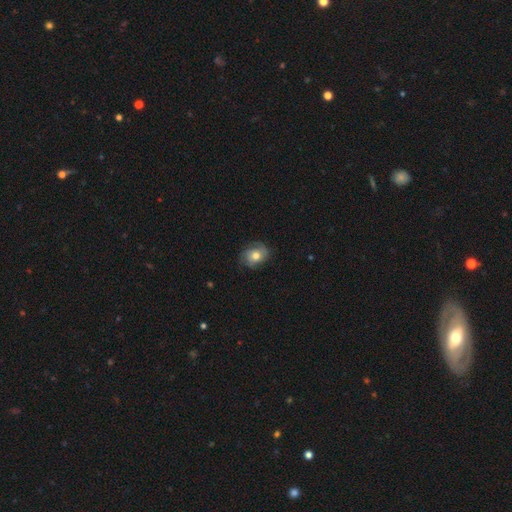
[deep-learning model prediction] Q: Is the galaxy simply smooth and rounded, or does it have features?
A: smooth — 47%.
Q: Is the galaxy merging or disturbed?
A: none — 70%.